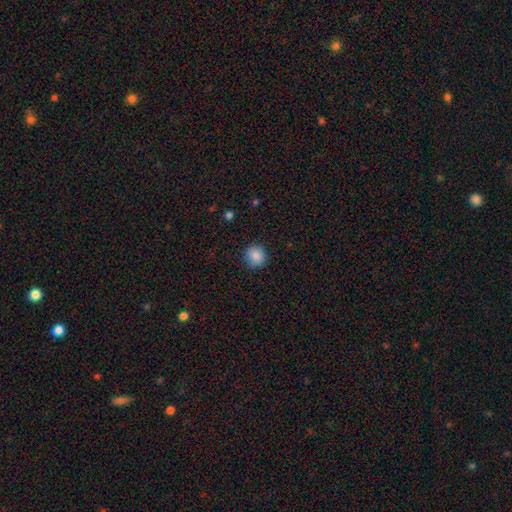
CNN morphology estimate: smooth_or_featured: smooth (p=0.87) [alt: star or artifact p=0.09]
how_rounded: round (p=0.91) [alt: in between p=0.08]
merging: none (p=0.87) [alt: minor disturbance p=0.09]